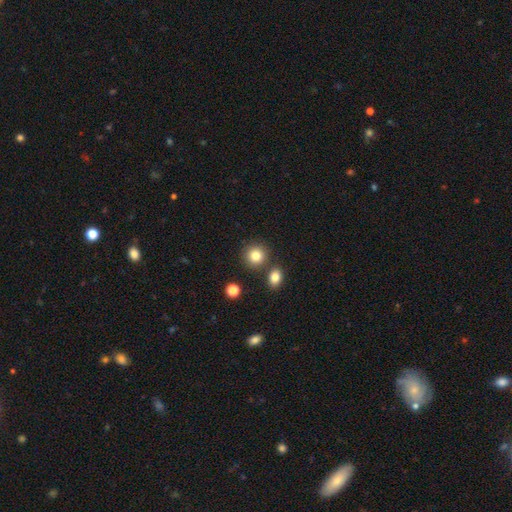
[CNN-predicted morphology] A smooth galaxy with no disk features (82%) that is round (87%).

Vote fractions:
- Smooth or featured? smooth: 82% / star or artifact: 11% / featured or disk: 7%
- How rounded? round: 87% / in between: 12% / cigar-shaped: 1%
- Merging? none: 79% / merger: 11% / minor disturbance: 8% / major disturbance: 3%